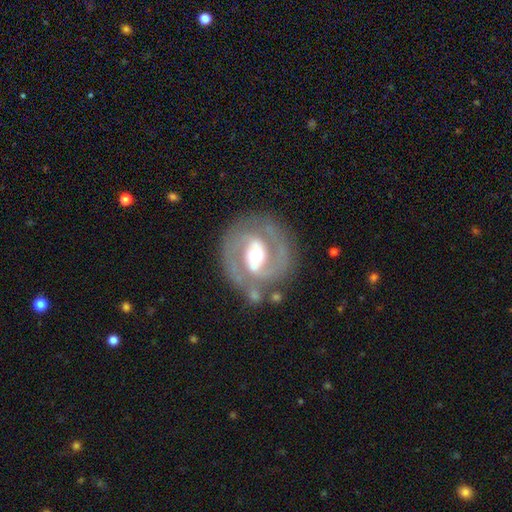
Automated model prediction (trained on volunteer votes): Q: Smooth or featured?
A: featured or disk (84%); runner-up: smooth (10%)
Q: Edge-on disk?
A: no (97%); runner-up: yes (3%)
Q: Bar?
A: weak (40%); runner-up: strong (33%)
Q: Spiral arms?
A: yes (91%); runner-up: no (9%)
Q: Spiral winding?
A: medium (49%); runner-up: tight (39%)
Q: Spiral arm count?
A: 2 (88%); runner-up: can't tell (4%)
Q: Bulge size?
A: moderate (63%); runner-up: large (26%)
Q: Merging?
A: none (73%); runner-up: minor disturbance (14%)